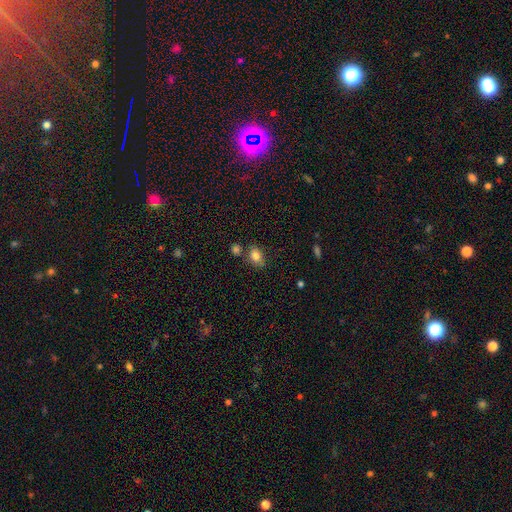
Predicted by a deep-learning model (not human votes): Morphology: type=smooth (81%); roundness=in between (71%); merging=none (68%).